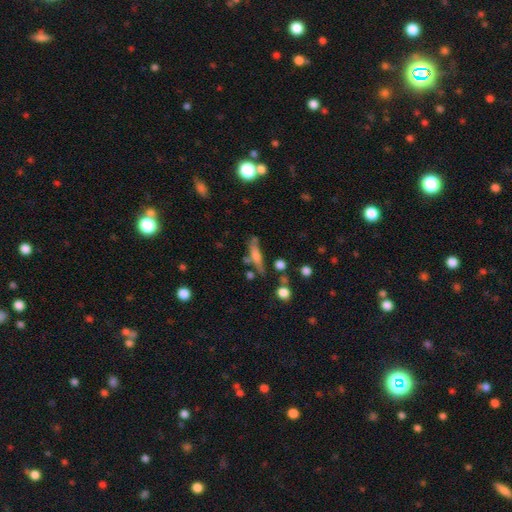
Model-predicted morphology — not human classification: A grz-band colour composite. It shows a smooth galaxy with no disk features (60%) that is cigar-shaped (72%). Merging: none (59%).